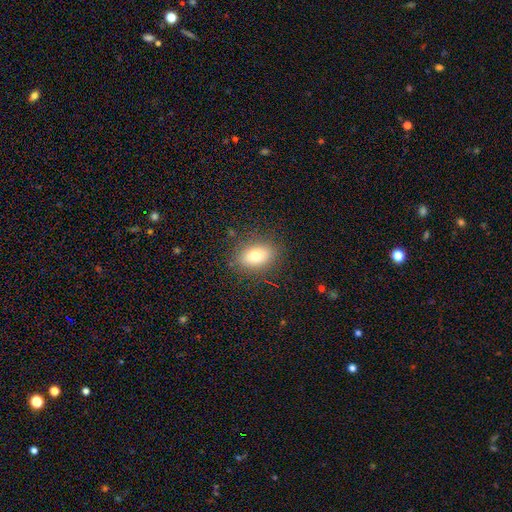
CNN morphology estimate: This is likely a smooth galaxy (77%). How rounded: clearly in between (85%). Merging: clearly none (85%).